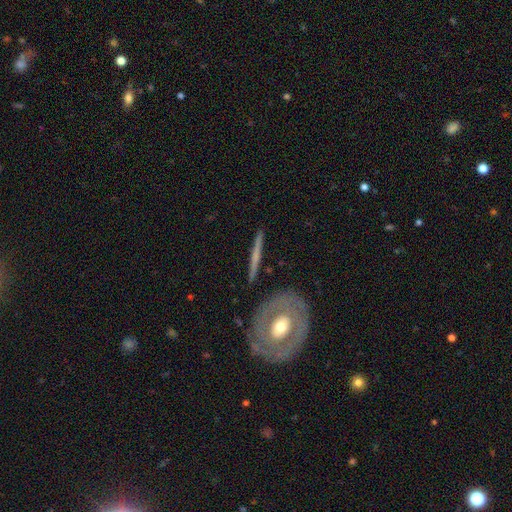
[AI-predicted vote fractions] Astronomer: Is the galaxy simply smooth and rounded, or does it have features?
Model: featured or disk — 59% (runner-up: smooth, 35%).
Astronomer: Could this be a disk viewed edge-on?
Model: yes — 86%.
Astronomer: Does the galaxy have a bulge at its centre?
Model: none — 60% (runner-up: rounded, 35%).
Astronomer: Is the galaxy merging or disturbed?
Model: none — 90%.